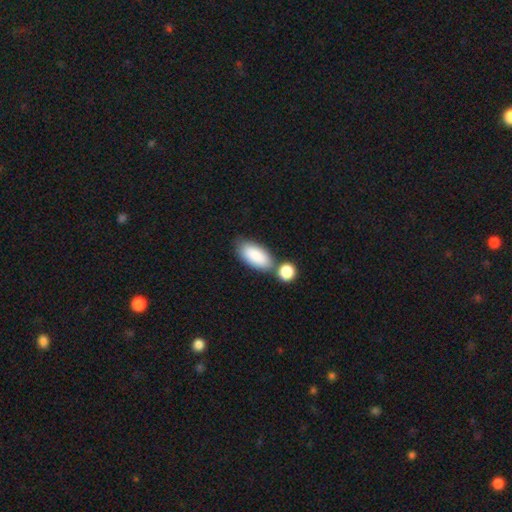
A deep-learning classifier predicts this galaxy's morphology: Overall: smooth (87%). How rounded: in between (91%). Merging: none (56%; merger 28%).